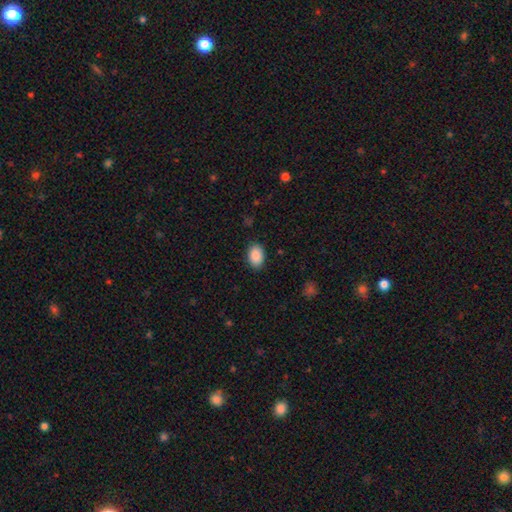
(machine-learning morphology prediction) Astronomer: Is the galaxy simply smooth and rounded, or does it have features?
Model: smooth — 90%.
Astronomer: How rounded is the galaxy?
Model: in between — 86%.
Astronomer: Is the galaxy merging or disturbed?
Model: none — 88%.